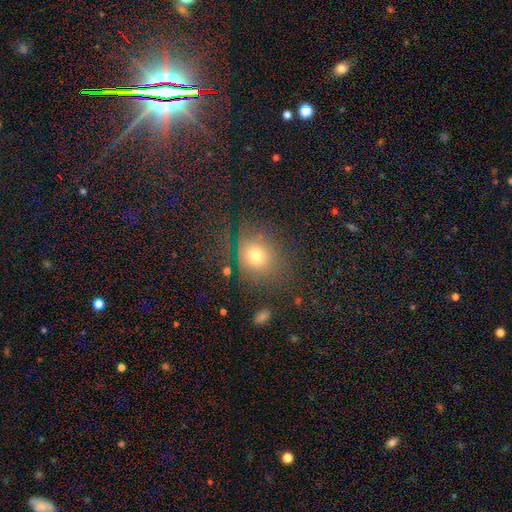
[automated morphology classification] Smooth or featured? Predicted: smooth (p=0.73). How rounded? Predicted: round (p=0.70). Merging? Predicted: none (p=0.67).